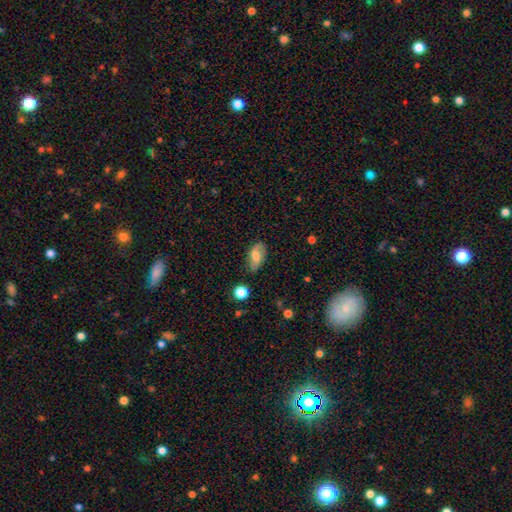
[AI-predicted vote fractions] smooth_or_featured: smooth (p=0.53) [alt: featured or disk p=0.38]
how_rounded: in between (p=0.89) [alt: round p=0.07]
merging: none (p=0.70) [alt: minor disturbance p=0.22]